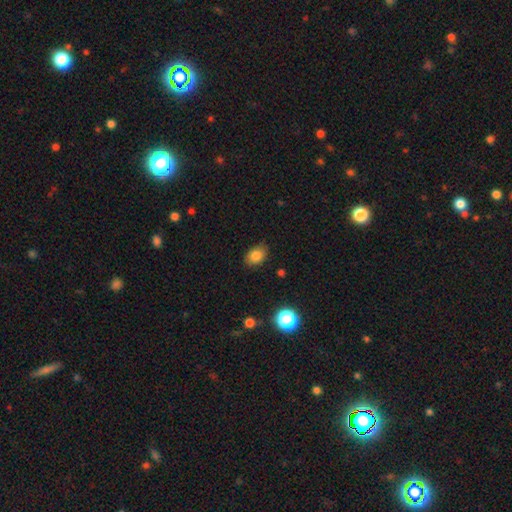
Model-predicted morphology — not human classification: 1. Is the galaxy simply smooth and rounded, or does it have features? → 83% smooth, 11% star or artifact, 7% featured or disk.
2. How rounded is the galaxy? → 73% in between, 26% round, 1% cigar-shaped.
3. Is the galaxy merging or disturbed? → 80% none, 16% minor disturbance, 3% major disturbance, 1% merger.